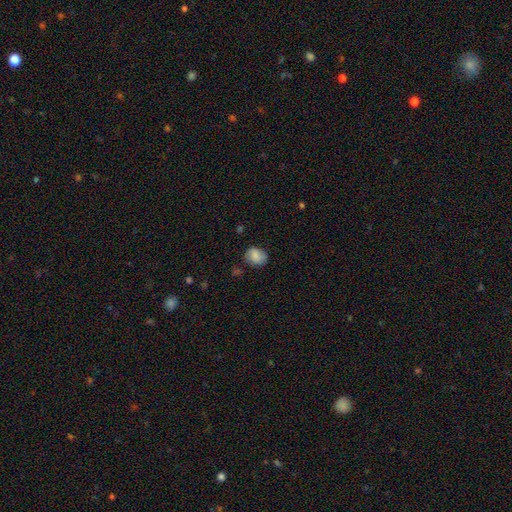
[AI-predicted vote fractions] Q: Smooth or featured?
A: smooth (79%); runner-up: featured or disk (12%)
Q: How rounded?
A: round (51%); runner-up: in between (48%)
Q: Merging?
A: none (72%); runner-up: minor disturbance (21%)